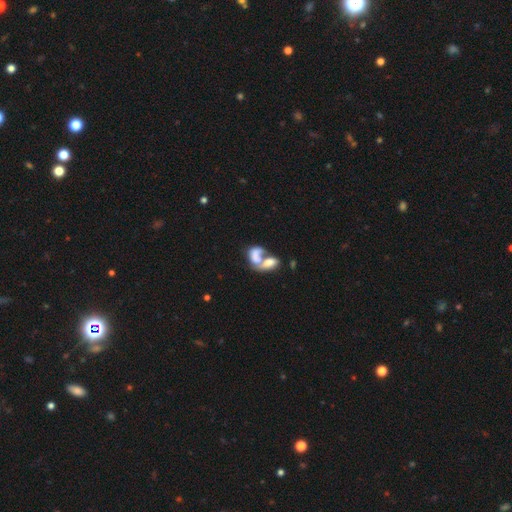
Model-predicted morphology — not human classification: Smooth or featured? smooth (57%)
How rounded? in between (85%)
Merging? merger (76%)